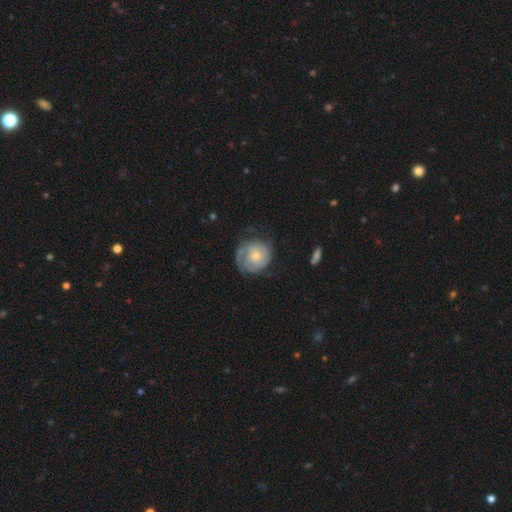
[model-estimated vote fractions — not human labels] smooth-or-featured: featured or disk: 70% | smooth: 25% | star or artifact: 6%
  disk-edge-on: no: 98% | yes: 2%
    bar: no: 76% | weak: 21% | strong: 3%
    has-spiral-arms: yes: 90% | no: 10%
      spiral-winding: tight: 66% | medium: 25% | loose: 9%
      spiral-arm-count: can't tell: 34% | 2: 33% | 3: 17% | 1: 7% | 4: 5% | more than 4: 4%
    bulge-size: small: 50% | moderate: 42% | none: 4% | large: 3% | dominant: 1%
  merging: none: 65% | minor disturbance: 23% | major disturbance: 11% | merger: 2%